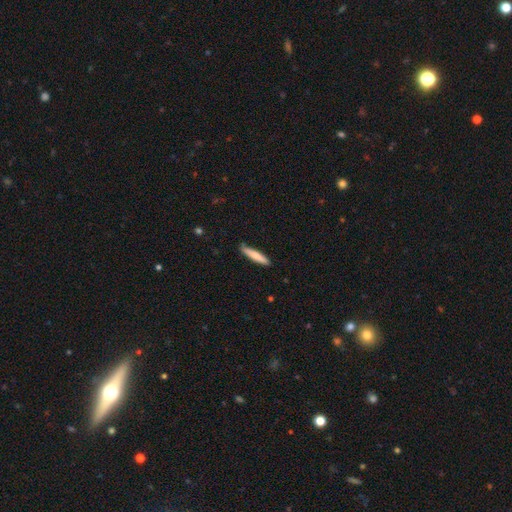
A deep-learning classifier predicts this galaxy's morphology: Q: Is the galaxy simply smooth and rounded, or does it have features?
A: smooth — 75%.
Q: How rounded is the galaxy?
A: cigar-shaped — 91%.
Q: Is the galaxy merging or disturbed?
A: none — 87%.